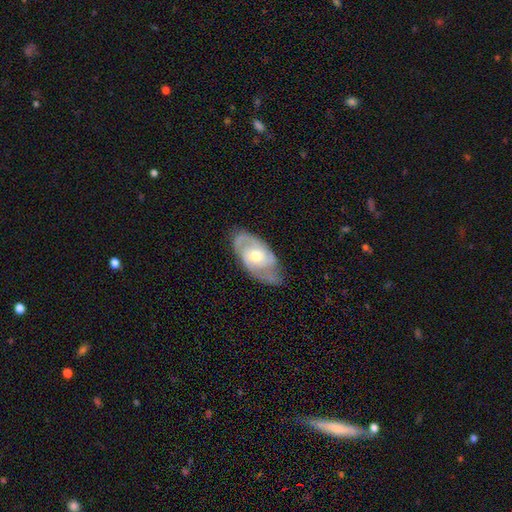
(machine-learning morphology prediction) Smooth or featured?
  - featured or disk: 82% *
  - smooth: 13%
  - star or artifact: 5%
Edge-on disk?
  - no: 94% *
  - yes: 6%
Bar?
  - no: 63% *
  - weak: 31%
  - strong: 6%
Spiral arms?
  - yes: 93% *
  - no: 7%
Spiral winding?
  - medium: 45% *
  - tight: 43%
  - loose: 12%
Spiral arm count?
  - 2: 68% *
  - can't tell: 13%
  - 3: 11%
  - 1: 3%
  - 4: 2%
  - more than 4: 2%
Bulge size?
  - moderate: 63% *
  - small: 30%
  - large: 4%
  - none: 1%
  - dominant: 1%
Merging?
  - none: 70% *
  - minor disturbance: 22%
  - major disturbance: 7%
  - merger: 1%